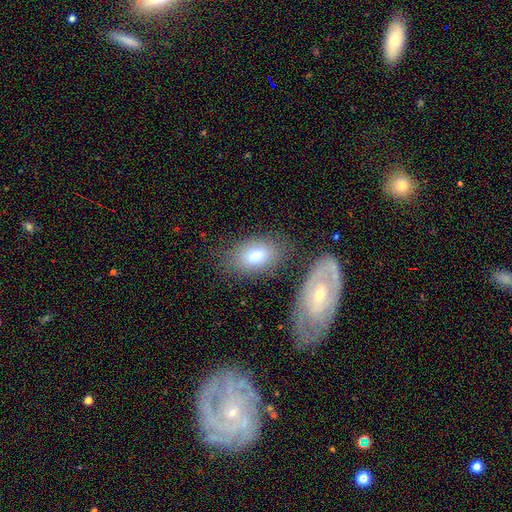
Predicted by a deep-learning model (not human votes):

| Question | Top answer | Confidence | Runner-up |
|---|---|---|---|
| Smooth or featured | smooth | 77% | featured or disk (15%) |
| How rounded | in between | 88% | round (9%) |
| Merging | none | 71% | minor disturbance (16%) |